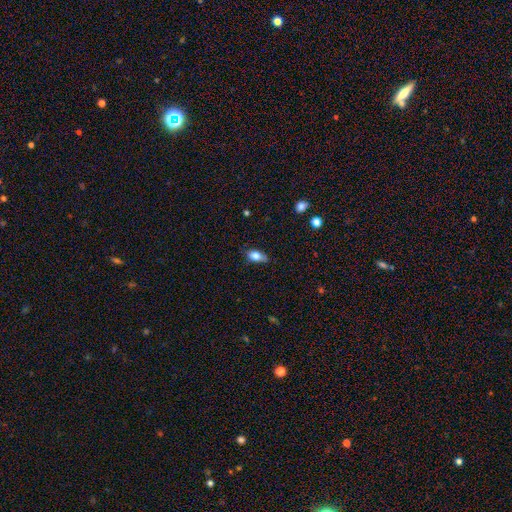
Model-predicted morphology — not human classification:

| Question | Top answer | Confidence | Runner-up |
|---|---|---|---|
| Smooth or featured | smooth | 79% | featured or disk (13%) |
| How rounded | in between | 86% | round (8%) |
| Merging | none | 69% | minor disturbance (25%) |